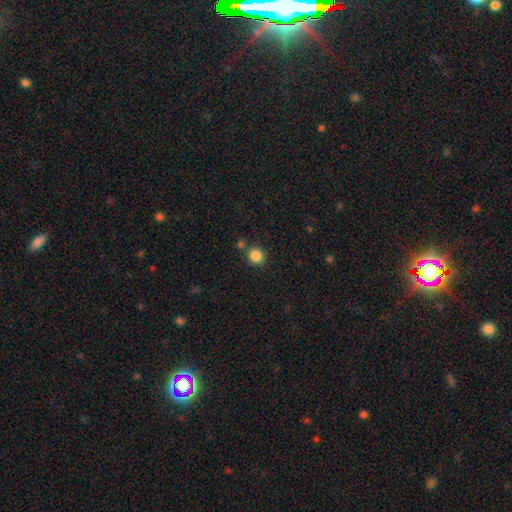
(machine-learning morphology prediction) This is clearly a smooth galaxy (86%). How rounded: clearly round (93%). Merging: clearly none (82%).